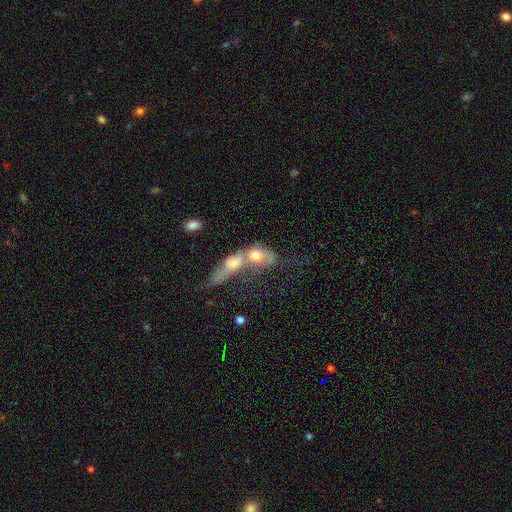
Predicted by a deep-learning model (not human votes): This is possibly a smooth galaxy (58%). How rounded: likely in between (61%). Merging: likely merger (76%).